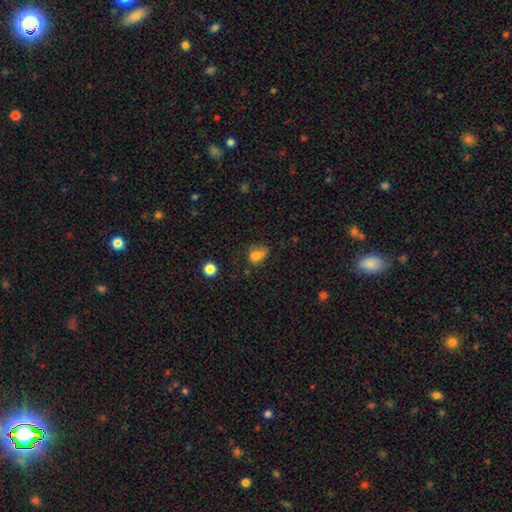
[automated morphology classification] Smooth or featured: smooth — 69% (featured or disk — 15%)
How rounded: in between — 62% (round — 35%)
Merging: none — 34% (minor disturbance — 26%)